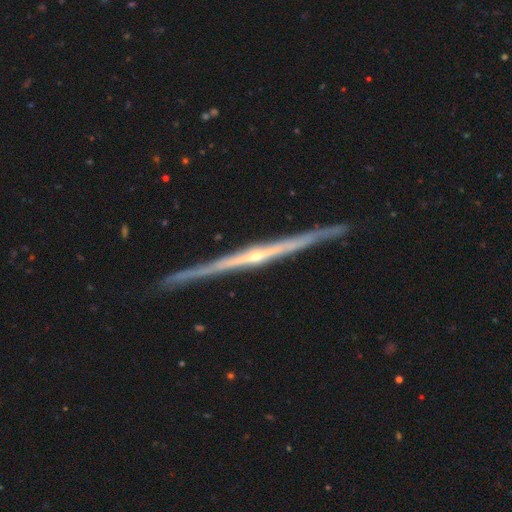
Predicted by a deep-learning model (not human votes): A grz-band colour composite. It shows a featured or disk galaxy (88%) viewed edge-on (98%) with a rounded central bulge (66%). Merging: none (90%).